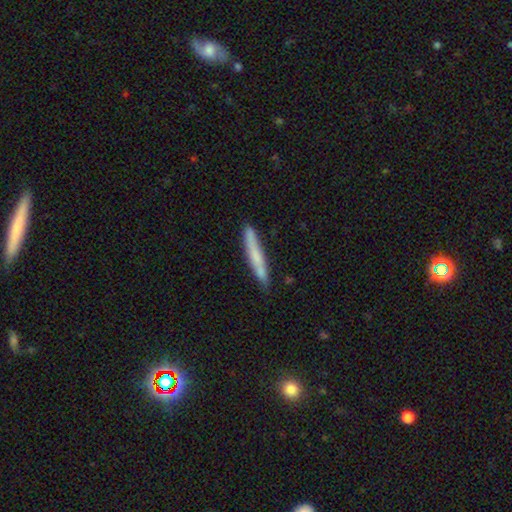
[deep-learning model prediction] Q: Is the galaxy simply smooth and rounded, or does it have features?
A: smooth — 62%.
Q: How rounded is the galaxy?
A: cigar-shaped — 95%.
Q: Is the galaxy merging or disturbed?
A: none — 80%.